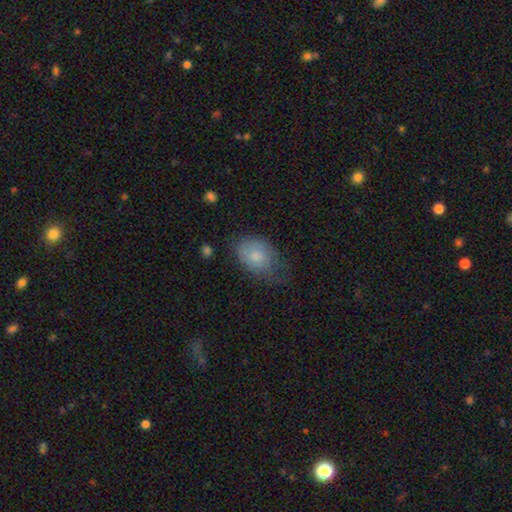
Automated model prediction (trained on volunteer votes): Overall: smooth (78%). How rounded: in between (78%). Merging: none (45%; minor disturbance 37%).